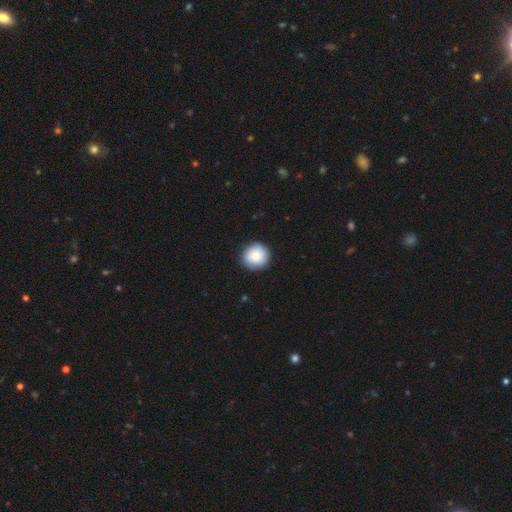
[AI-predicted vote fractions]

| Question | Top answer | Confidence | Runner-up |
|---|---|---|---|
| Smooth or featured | smooth | 86% | star or artifact (8%) |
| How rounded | round | 94% | in between (5%) |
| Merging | none | 90% | minor disturbance (7%) |